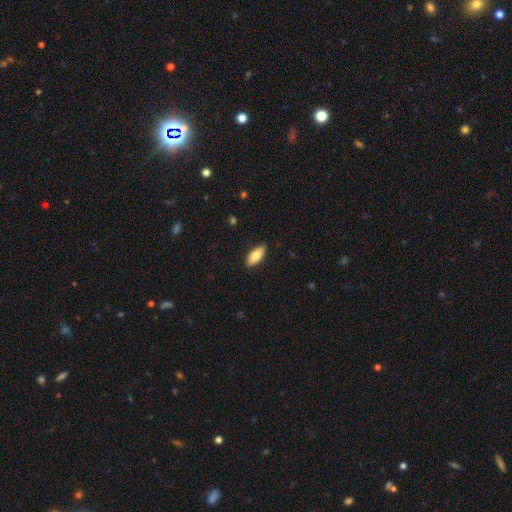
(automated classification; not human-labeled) The model was most divided on "smooth or featured": smooth: 83%, featured or disk: 11%, star or artifact: 6%. More confident: merging — none (89%); how rounded — in between (85%).